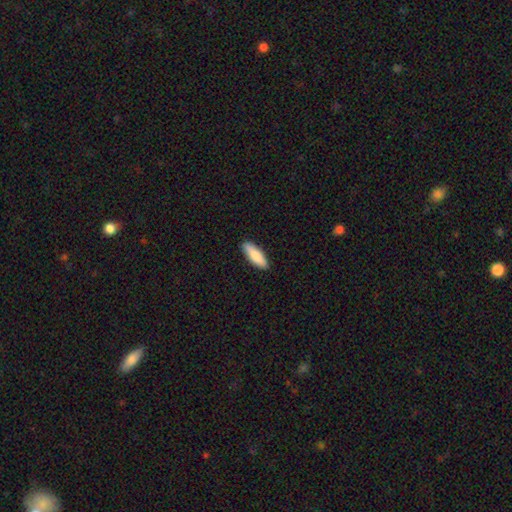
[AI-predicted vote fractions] This is clearly a smooth galaxy (84%). How rounded: possibly in between (52%). Merging: clearly none (89%).